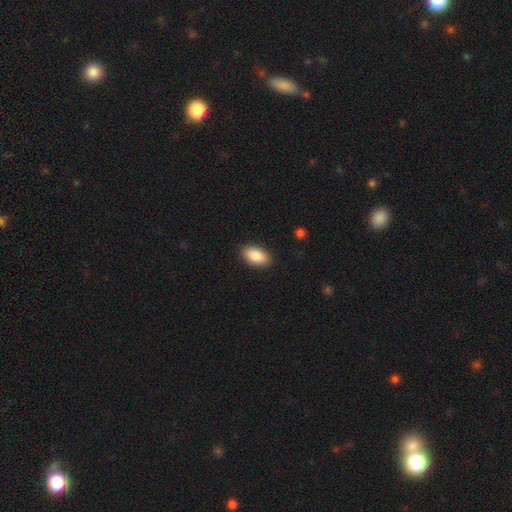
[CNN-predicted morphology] The model was most divided on "merging": none: 89%, minor disturbance: 8%, major disturbance: 2%, merger: 1%. More confident: how rounded — in between (93%); smooth or featured — smooth (87%).